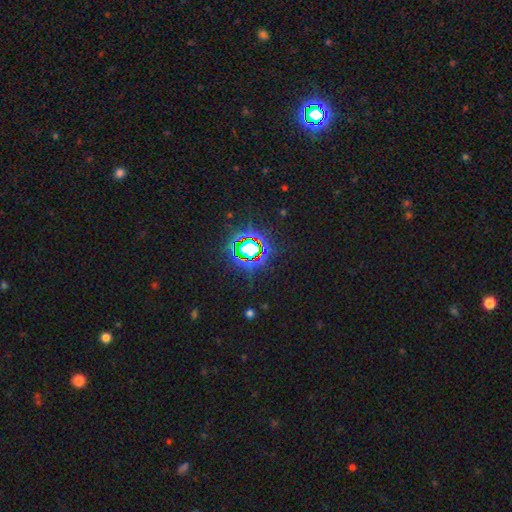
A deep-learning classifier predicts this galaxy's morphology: Smooth or featured? Predicted: star or artifact (p=0.80).